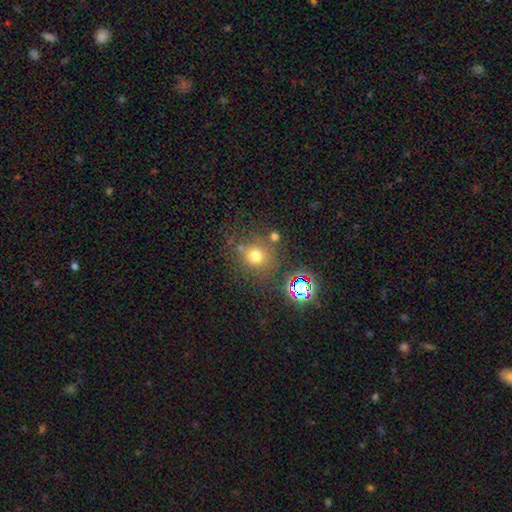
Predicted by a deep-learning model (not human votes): Smooth or featured? smooth (69%)
How rounded? round (90%)
Merging? none (72%)